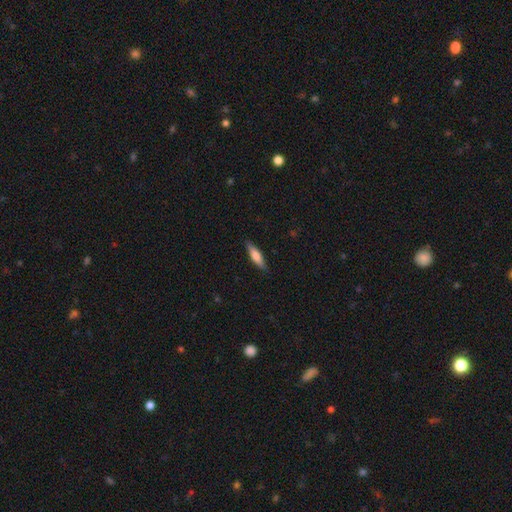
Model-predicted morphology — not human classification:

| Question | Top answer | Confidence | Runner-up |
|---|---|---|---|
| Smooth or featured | smooth | 70% | featured or disk (24%) |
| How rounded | cigar-shaped | 67% | in between (31%) |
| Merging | none | 87% | minor disturbance (10%) |